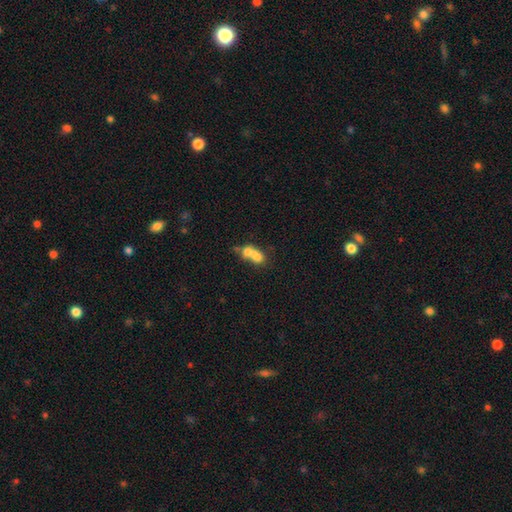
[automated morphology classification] type=smooth (63%); roundness=in between (62%); merging=merger (67%).